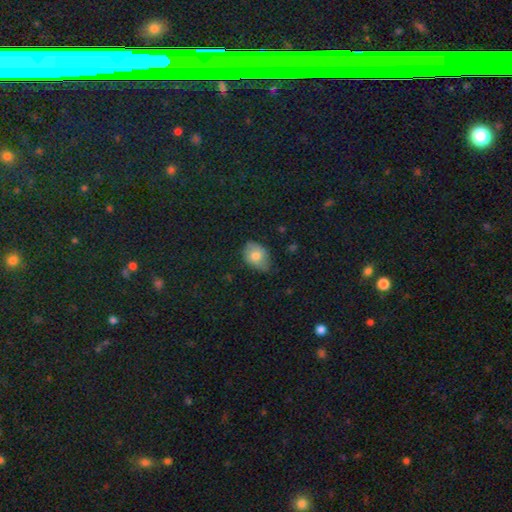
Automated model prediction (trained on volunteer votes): The model was most divided on "merging": none: 59%, minor disturbance: 34%, major disturbance: 6%, merger: 1%. More confident: how rounded — in between (77%); smooth or featured — smooth (77%).